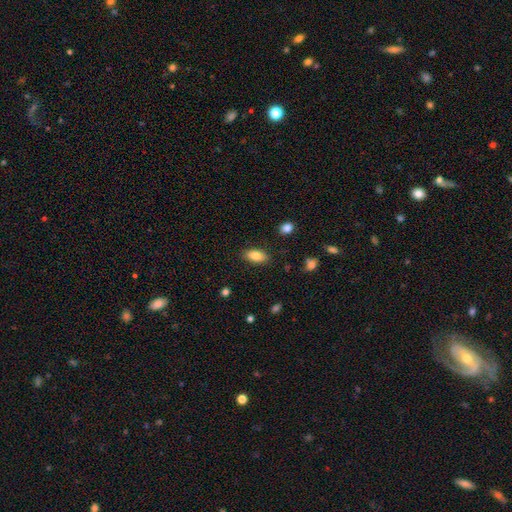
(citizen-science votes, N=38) This is likely a smooth galaxy (79%). How rounded: clearly in between (90%). Merging: clearly none (85%).